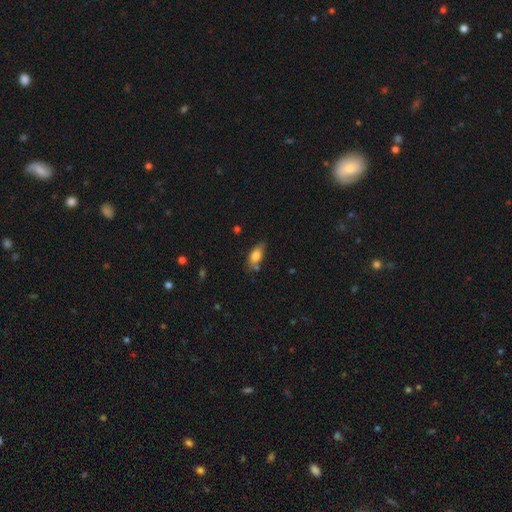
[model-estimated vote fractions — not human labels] smooth_or_featured: smooth (p=0.79) [alt: featured or disk p=0.14]
how_rounded: in between (p=0.85) [alt: cigar-shaped p=0.11]
merging: none (p=0.66) [alt: minor disturbance p=0.21]